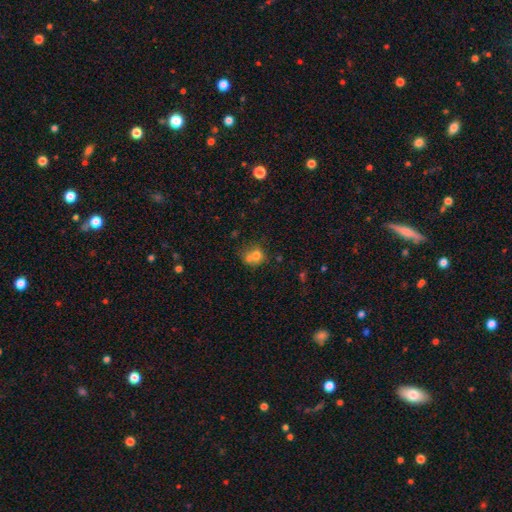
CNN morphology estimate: smooth-or-featured: smooth: 71% | featured or disk: 17% | star or artifact: 12%
  how-rounded: round: 73% | in between: 26% | cigar-shaped: 1%
  merging: merger: 45% | none: 36% | minor disturbance: 13% | major disturbance: 6%